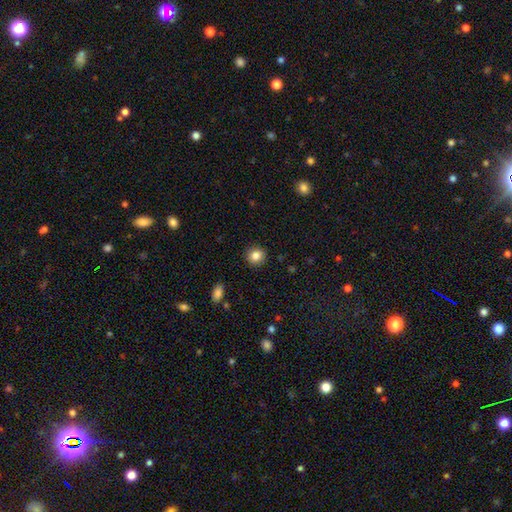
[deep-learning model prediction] Smooth or featured?
  - smooth: 84% *
  - star or artifact: 10%
  - featured or disk: 6%
How rounded?
  - round: 88% *
  - in between: 11%
  - cigar-shaped: 1%
Merging?
  - none: 91% *
  - minor disturbance: 6%
  - major disturbance: 2%
  - merger: 1%